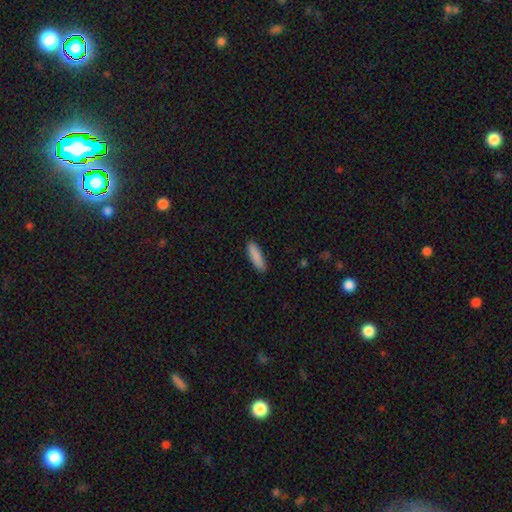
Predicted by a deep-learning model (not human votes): This appears to be a smooth galaxy with no disk features (89%) that is cigar-shaped (62%). Merging: none (89%).